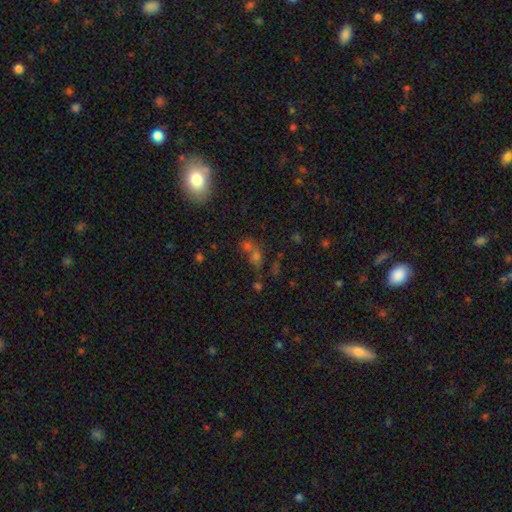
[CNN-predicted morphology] This appears to be a smooth galaxy with no disk features (51%) that is in between round and cigar-shaped (50%). Merging: none (44%).